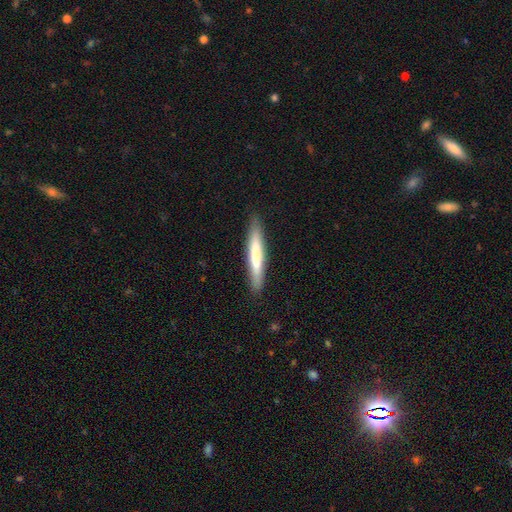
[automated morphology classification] Smooth or featured?
  - smooth: 68% *
  - featured or disk: 27%
  - star or artifact: 5%
How rounded?
  - cigar-shaped: 93% *
  - in between: 6%
  - round: 1%
Merging?
  - none: 88% *
  - minor disturbance: 9%
  - major disturbance: 2%
  - merger: 1%